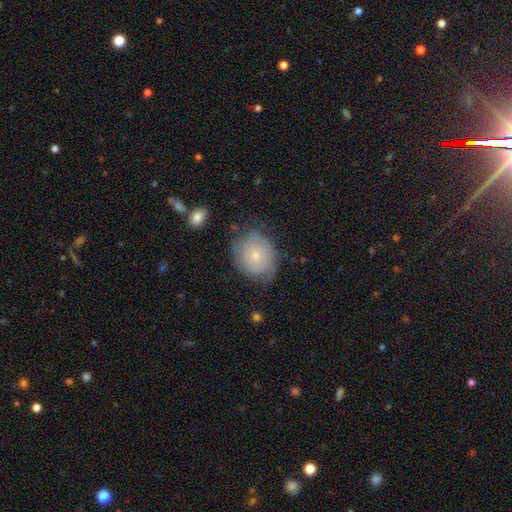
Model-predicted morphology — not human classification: A featured or disk galaxy (57%) with no bar (82%), spiral arms (82%) and a small central bulge (71%).

Vote fractions:
- Smooth or featured? featured or disk: 57% / smooth: 36% / star or artifact: 7%
- Edge-on disk? no: 97% / yes: 3%
- Bar? no: 82% / weak: 16% / strong: 2%
- Spiral arms? yes: 82% / no: 18%
- Bulge size? small: 71% / moderate: 25% / none: 2% / large: 1% / dominant: 1%
- Merging? none: 63% / minor disturbance: 25% / major disturbance: 9% / merger: 2%